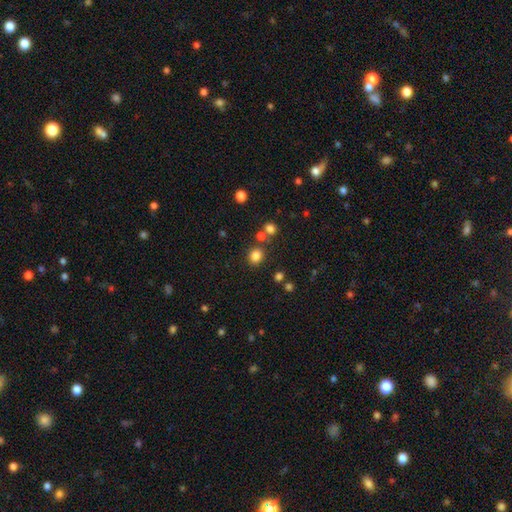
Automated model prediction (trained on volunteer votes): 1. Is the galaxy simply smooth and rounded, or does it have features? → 82% smooth, 13% star or artifact, 5% featured or disk.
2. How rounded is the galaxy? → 70% round, 29% in between, 1% cigar-shaped.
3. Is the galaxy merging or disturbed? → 79% none, 9% merger, 9% minor disturbance, 3% major disturbance.